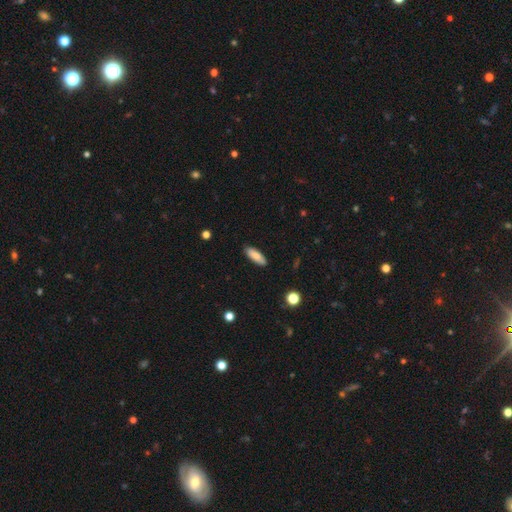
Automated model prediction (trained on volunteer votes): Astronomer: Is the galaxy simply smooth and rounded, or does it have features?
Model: smooth — 83%.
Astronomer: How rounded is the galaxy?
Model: in between — 60% (runner-up: cigar-shaped, 39%).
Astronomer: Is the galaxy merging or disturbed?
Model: none — 88%.